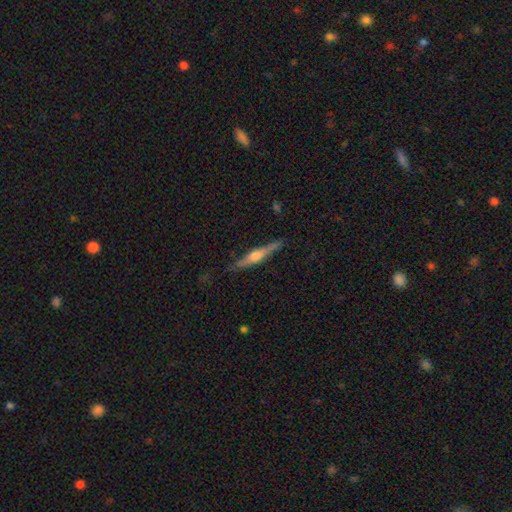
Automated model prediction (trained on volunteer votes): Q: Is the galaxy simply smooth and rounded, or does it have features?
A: featured or disk — 69%.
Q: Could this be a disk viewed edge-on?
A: yes — 97%.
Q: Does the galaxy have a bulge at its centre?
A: rounded — 87%.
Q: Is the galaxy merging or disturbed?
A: none — 84%.